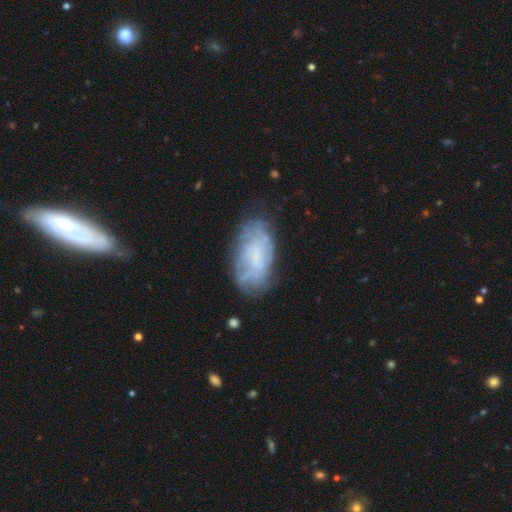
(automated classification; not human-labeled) This is possibly a featured or disk galaxy (48%). Merging: likely none (63%).